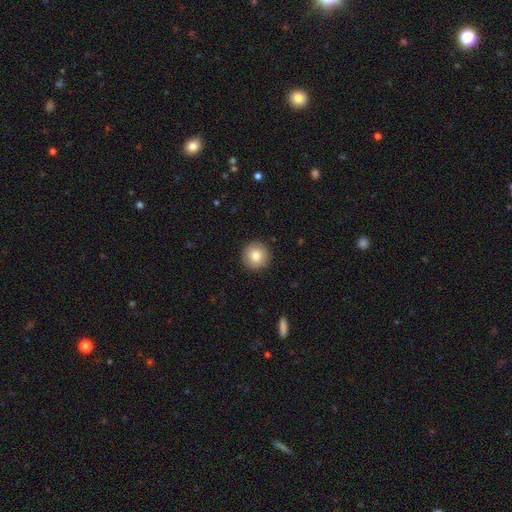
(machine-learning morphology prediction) smooth-or-featured: smooth: 83% | featured or disk: 9% | star or artifact: 8%
  how-rounded: round: 95% | in between: 4% | cigar-shaped: 1%
  merging: none: 92% | minor disturbance: 5% | major disturbance: 2% | merger: 1%